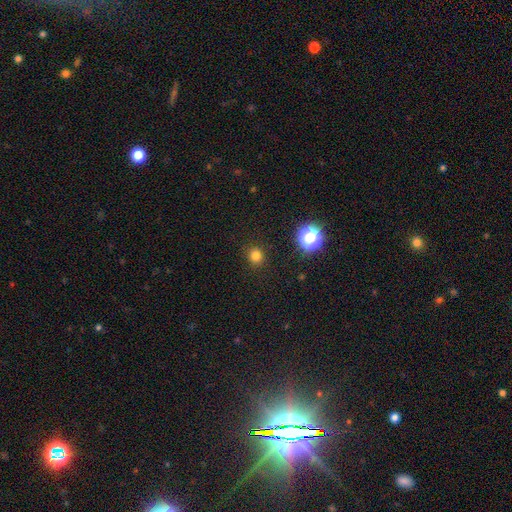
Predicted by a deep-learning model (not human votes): smooth_or_featured: smooth (p=0.79) [alt: star or artifact p=0.16]
how_rounded: round (p=0.92) [alt: in between p=0.07]
merging: none (p=0.91) [alt: minor disturbance p=0.05]